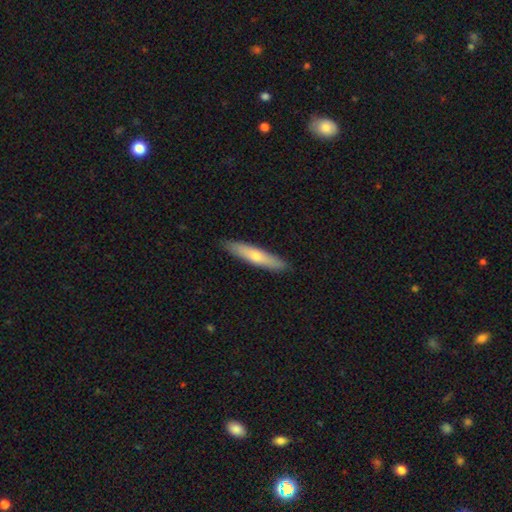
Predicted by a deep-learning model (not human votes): Smooth or featured? smooth (62%)
How rounded? cigar-shaped (89%)
Merging? none (90%)